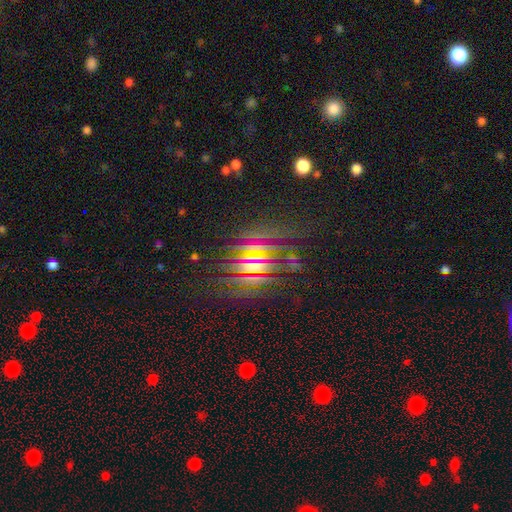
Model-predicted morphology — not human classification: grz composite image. It shows a star or artifact, not a galaxy (64%).